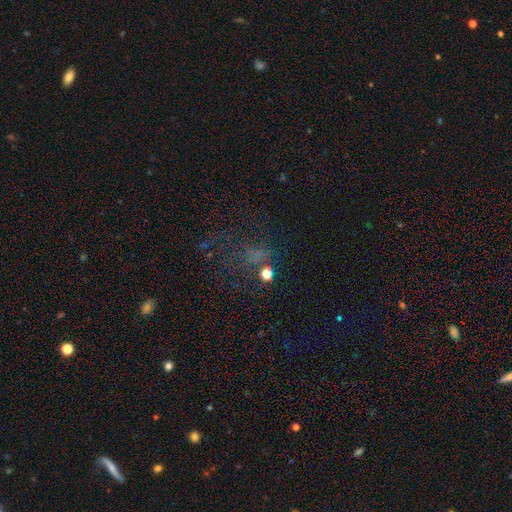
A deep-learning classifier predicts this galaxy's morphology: A star or artifact, not a galaxy (49%).

Vote fractions:
- Smooth or featured? star or artifact: 49% / smooth: 33% / featured or disk: 18%